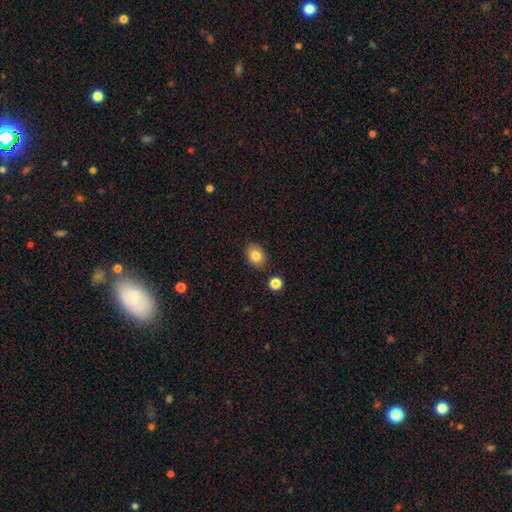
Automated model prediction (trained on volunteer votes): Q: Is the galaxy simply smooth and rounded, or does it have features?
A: smooth — 82%.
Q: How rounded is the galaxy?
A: in between — 59%.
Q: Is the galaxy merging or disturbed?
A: none — 85%.